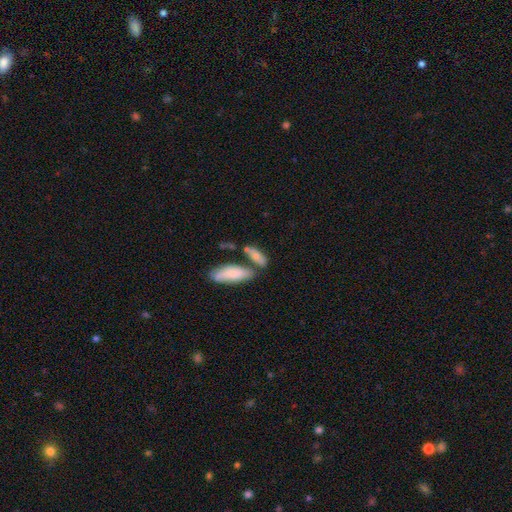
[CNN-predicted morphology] A smooth galaxy with no disk features (69%) that is in between round and cigar-shaped (59%).

Vote fractions:
- Smooth or featured? smooth: 69% / featured or disk: 24% / star or artifact: 7%
- How rounded? in between: 59% / cigar-shaped: 37% / round: 3%
- Merging? none: 49% / merger: 30% / minor disturbance: 15% / major disturbance: 6%